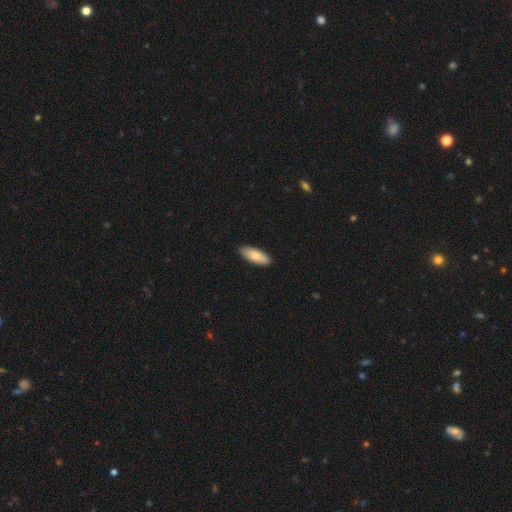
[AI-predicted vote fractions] Smooth or featured? smooth (81%)
How rounded? in between (77%)
Merging? none (89%)